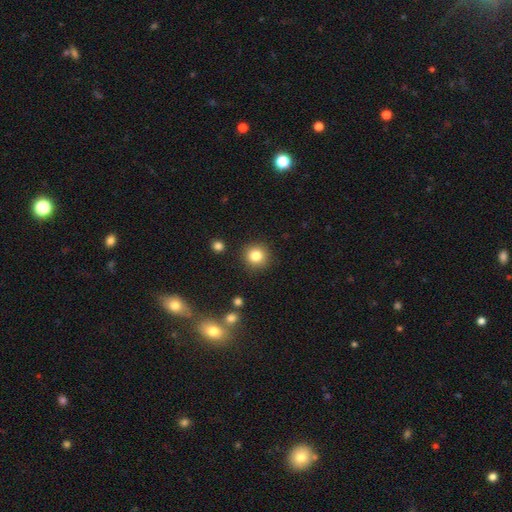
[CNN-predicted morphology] A smooth galaxy with no disk features (83%) that is round (92%).

Vote fractions:
- Smooth or featured? smooth: 83% / star or artifact: 11% / featured or disk: 6%
- How rounded? round: 92% / in between: 7% / cigar-shaped: 1%
- Merging? none: 89% / minor disturbance: 6% / major disturbance: 2% / merger: 2%